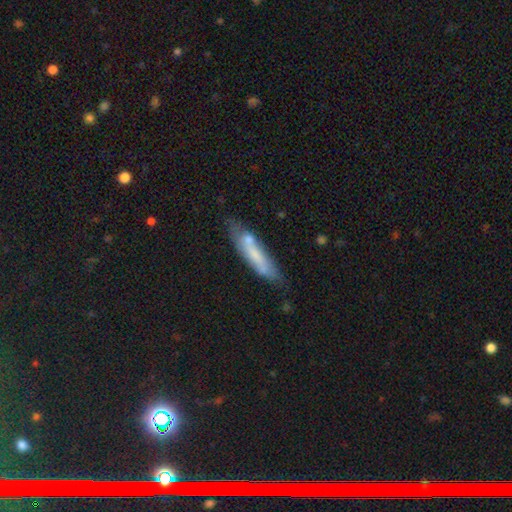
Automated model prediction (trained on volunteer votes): smooth-or-featured: smooth: 61% | featured or disk: 32% | star or artifact: 7%
  how-rounded: cigar-shaped: 79% | in between: 20% | round: 2%
  merging: none: 58% | minor disturbance: 23% | merger: 12% | major disturbance: 7%